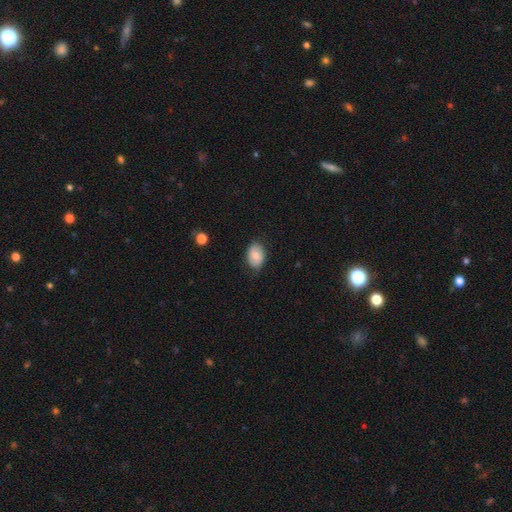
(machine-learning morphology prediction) A smooth galaxy with no disk features (78%) that is in between round and cigar-shaped (83%).

Vote fractions:
- Smooth or featured? smooth: 78% / featured or disk: 15% / star or artifact: 7%
- How rounded? in between: 83% / round: 16% / cigar-shaped: 1%
- Merging? none: 79% / minor disturbance: 17% / major disturbance: 3% / merger: 1%